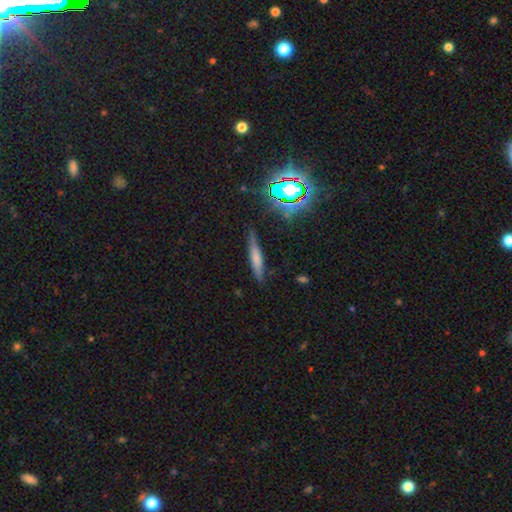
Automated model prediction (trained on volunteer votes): Morphology: type=smooth (52%); roundness=cigar-shaped (88%); merging=none (84%).